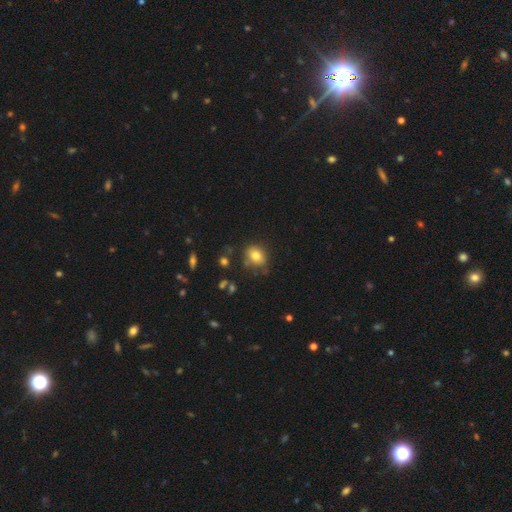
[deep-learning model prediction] A smooth galaxy with no disk features (80%) that is in between round and cigar-shaped (54%).

Vote fractions:
- Smooth or featured? smooth: 80% / star or artifact: 10% / featured or disk: 10%
- How rounded? in between: 54% / round: 45% / cigar-shaped: 1%
- Merging? none: 66% / minor disturbance: 24% / major disturbance: 7% / merger: 4%